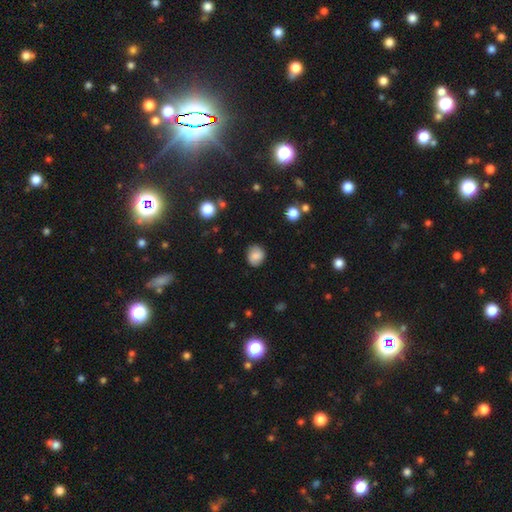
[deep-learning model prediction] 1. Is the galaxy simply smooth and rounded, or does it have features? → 75% smooth, 15% featured or disk, 9% star or artifact.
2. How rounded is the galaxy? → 69% round, 30% in between, 1% cigar-shaped.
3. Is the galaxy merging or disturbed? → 81% none, 14% minor disturbance, 4% major disturbance, 1% merger.